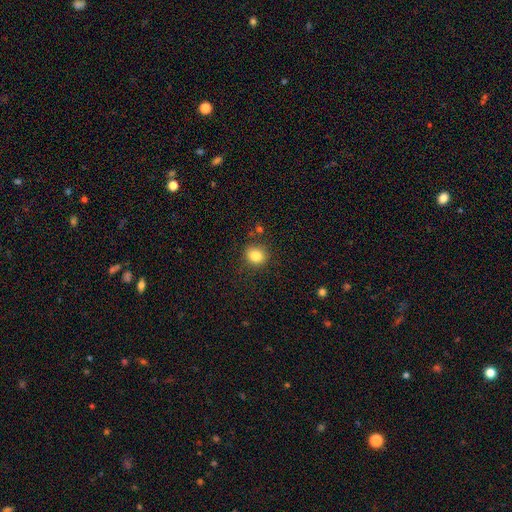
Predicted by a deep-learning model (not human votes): smooth 83%, star or artifact 11%, featured or disk 6%. Down the decision tree: how rounded — round (81%); merging — none (84%).